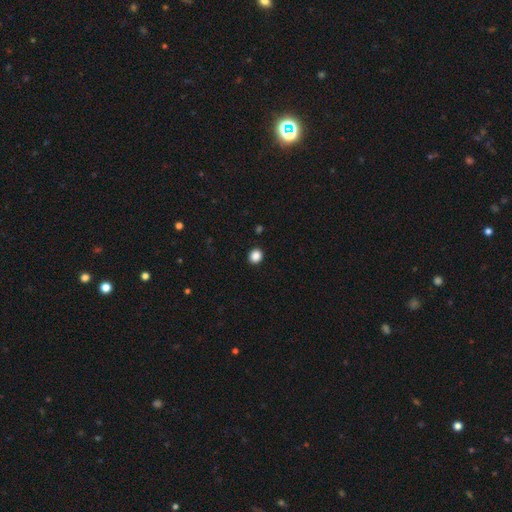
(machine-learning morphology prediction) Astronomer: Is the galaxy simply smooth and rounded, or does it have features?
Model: smooth — 87%.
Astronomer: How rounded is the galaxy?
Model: round — 81%.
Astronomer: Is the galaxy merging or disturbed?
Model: none — 92%.